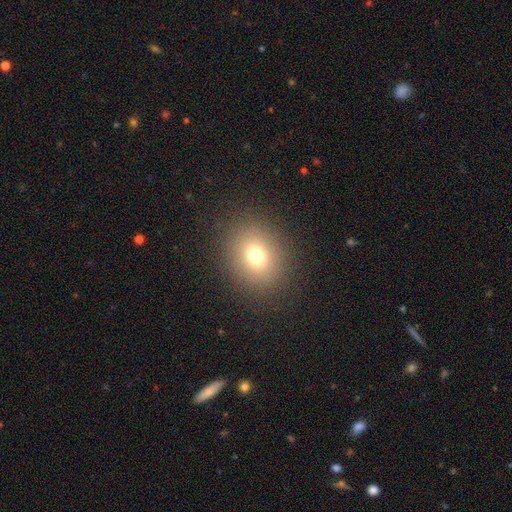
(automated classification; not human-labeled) smooth_or_featured: smooth (p=0.74) [alt: star or artifact p=0.16]
how_rounded: round (p=0.66) [alt: in between p=0.34]
merging: none (p=0.88) [alt: minor disturbance p=0.07]